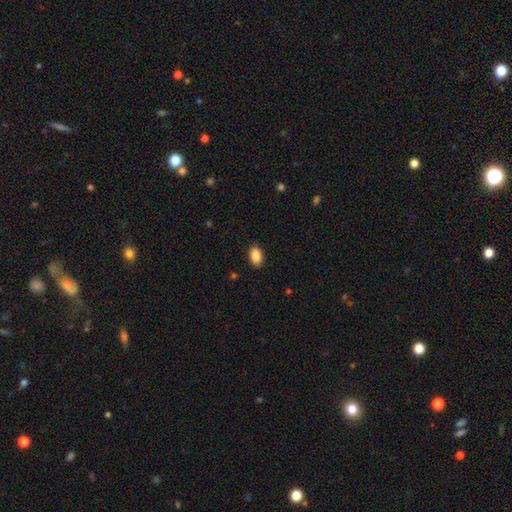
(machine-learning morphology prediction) Smooth or featured? Predicted: smooth (p=0.89). How rounded? Predicted: in between (p=0.91). Merging? Predicted: none (p=0.89).